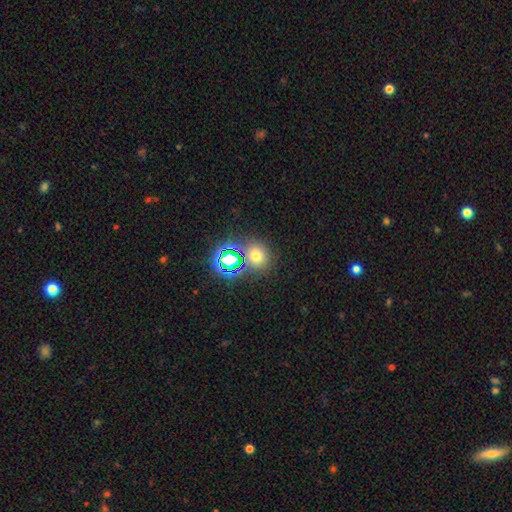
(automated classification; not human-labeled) smooth-or-featured: smooth: 58% | star or artifact: 34% | featured or disk: 8%
  how-rounded: round: 82% | in between: 17% | cigar-shaped: 1%
  merging: none: 74% | merger: 13% | minor disturbance: 9% | major disturbance: 4%